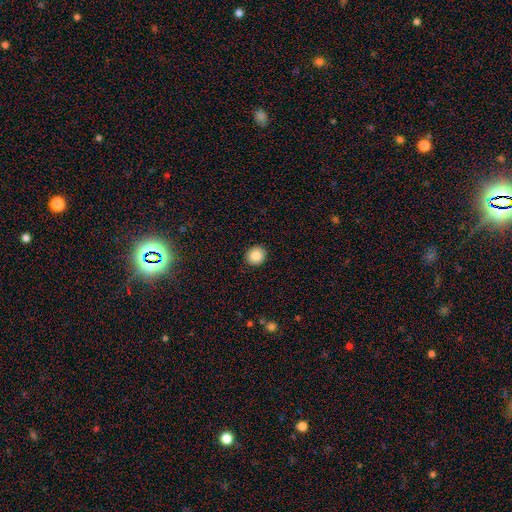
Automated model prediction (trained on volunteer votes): A smooth galaxy with no disk features (86%) that is round (85%). Merging: none (92%).